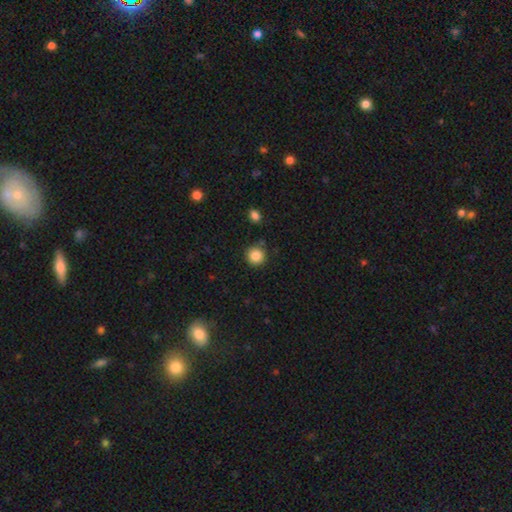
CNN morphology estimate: Smooth or featured? Predicted: smooth (p=0.86). How rounded? Predicted: round (p=0.94). Merging? Predicted: none (p=0.85).